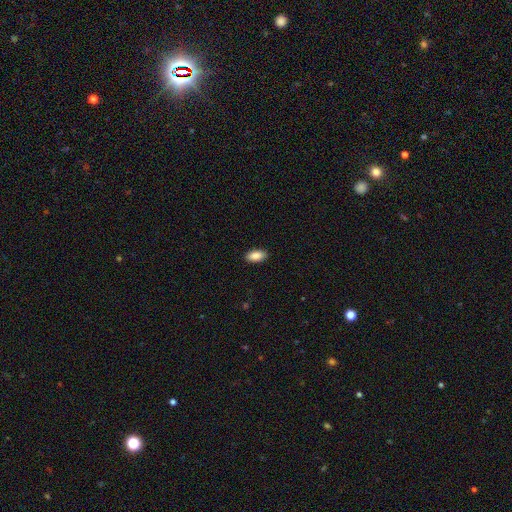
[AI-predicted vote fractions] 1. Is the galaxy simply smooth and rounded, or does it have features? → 89% smooth, 7% star or artifact, 4% featured or disk.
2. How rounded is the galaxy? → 93% in between, 5% cigar-shaped, 3% round.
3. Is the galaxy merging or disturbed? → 90% none, 7% minor disturbance, 2% major disturbance, 1% merger.